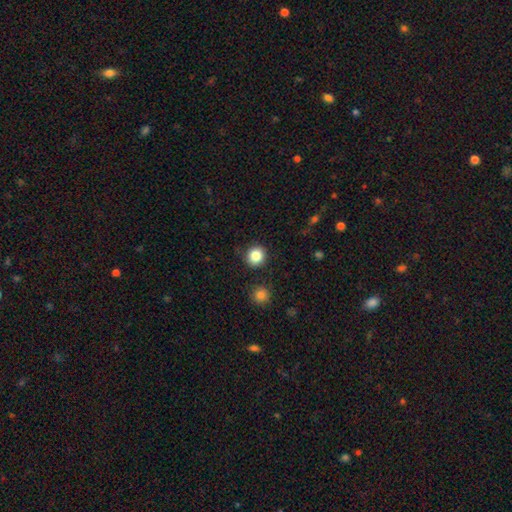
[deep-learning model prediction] This appears to be a smooth galaxy with no disk features (85%) that is round (93%). Merging: none (89%).